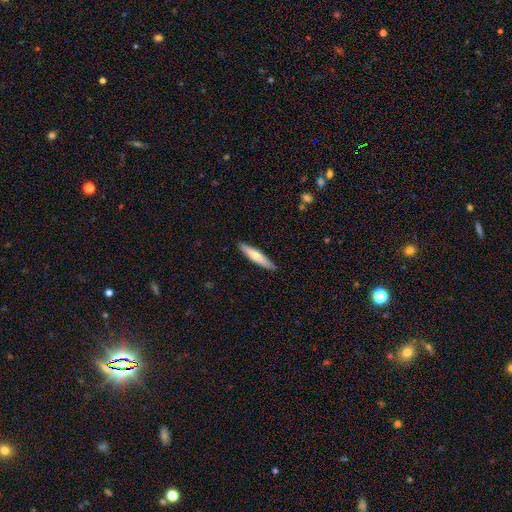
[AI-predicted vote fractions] Overall: smooth (59%; featured or disk 35%). How rounded: cigar-shaped (85%). Merging: none (90%).